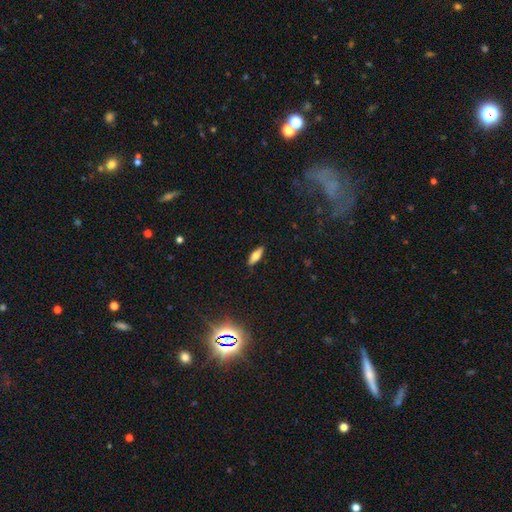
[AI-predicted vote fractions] A smooth galaxy with no disk features (63%) that is in between round and cigar-shaped (60%). Merging: none (88%).